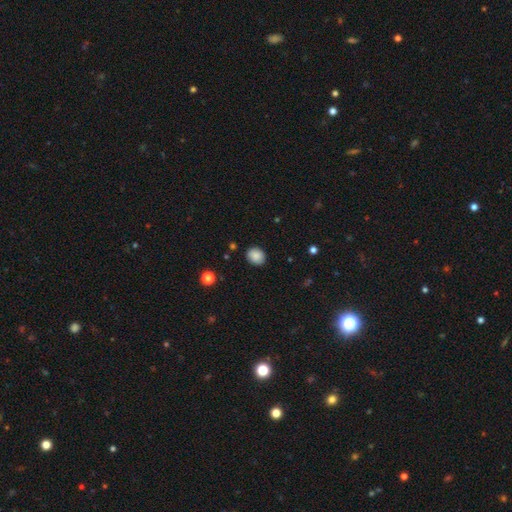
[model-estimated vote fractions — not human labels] This appears to be a smooth galaxy with no disk features (87%) that is round (63%). Merging: none (87%).